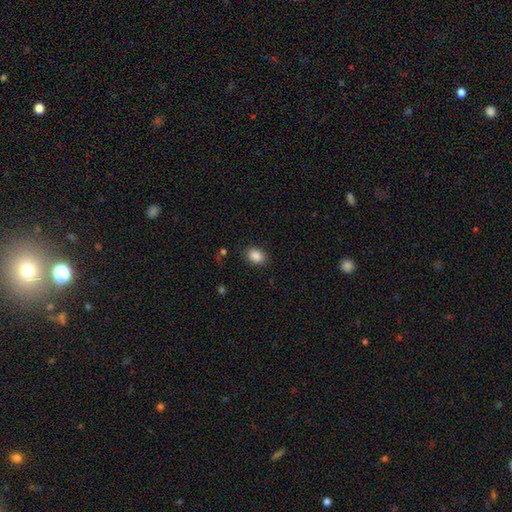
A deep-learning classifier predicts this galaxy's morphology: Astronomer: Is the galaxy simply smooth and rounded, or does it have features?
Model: smooth — 88%.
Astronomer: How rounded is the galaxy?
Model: in between — 64%.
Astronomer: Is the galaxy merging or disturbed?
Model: none — 86%.